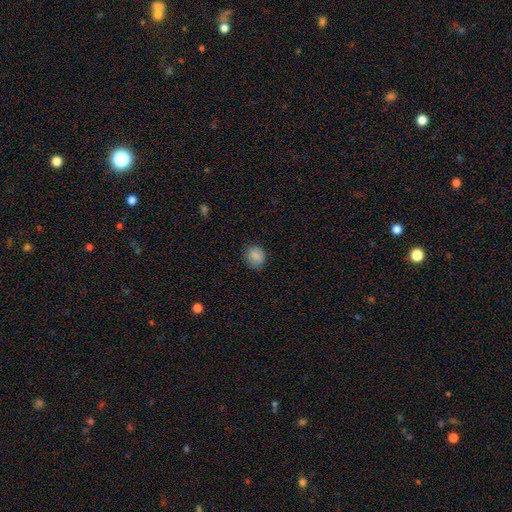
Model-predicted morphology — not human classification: Overall: smooth (86%). How rounded: round (69%; in between 30%). Merging: none (81%).